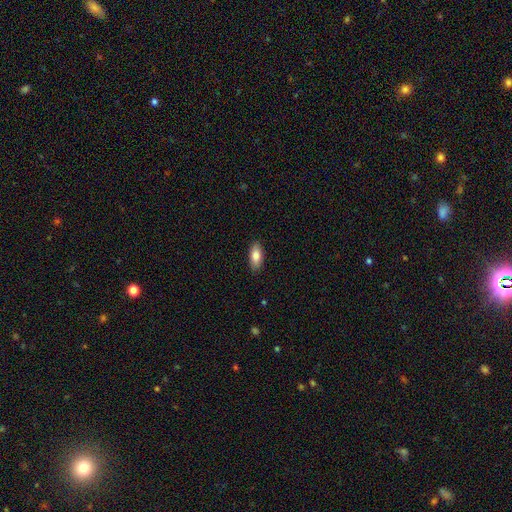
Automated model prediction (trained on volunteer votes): This is clearly a smooth galaxy (82%). How rounded: clearly in between (84%). Merging: clearly none (88%).